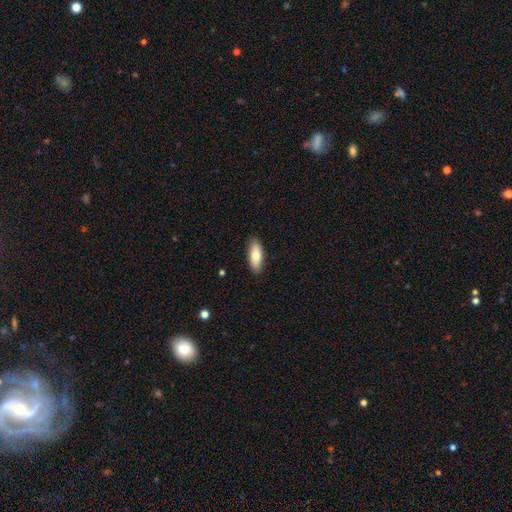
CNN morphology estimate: A smooth galaxy with no disk features (77%) that is in between round and cigar-shaped (76%). Merging: none (88%).